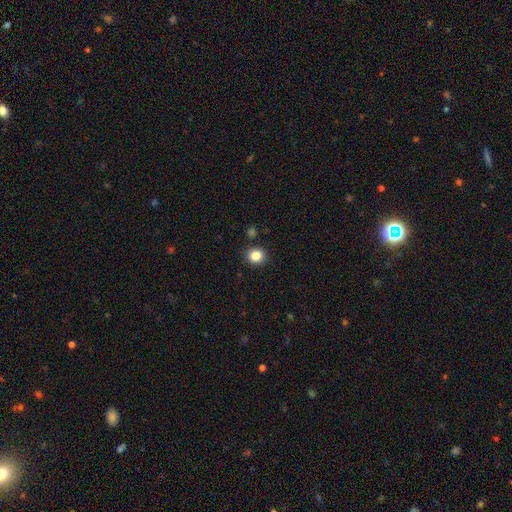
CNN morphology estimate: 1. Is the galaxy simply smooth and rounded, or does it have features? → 85% smooth, 11% star or artifact, 4% featured or disk.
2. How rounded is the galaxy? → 83% round, 16% in between, 1% cigar-shaped.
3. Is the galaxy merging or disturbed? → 88% none, 7% minor disturbance, 3% merger, 2% major disturbance.